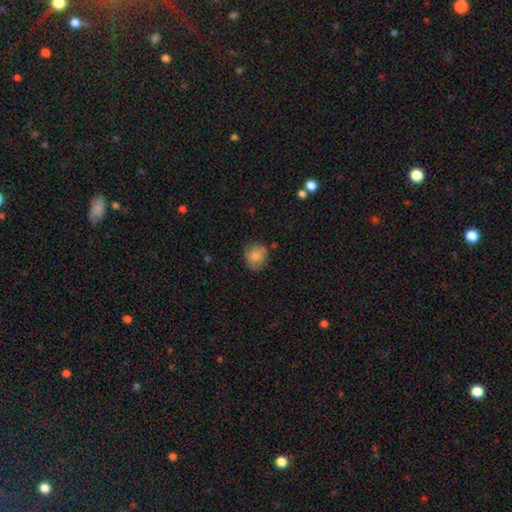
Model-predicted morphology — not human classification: Smooth or featured: smooth — 81% (featured or disk — 10%)
How rounded: round — 81% (in between — 18%)
Merging: none — 75% (minor disturbance — 19%)